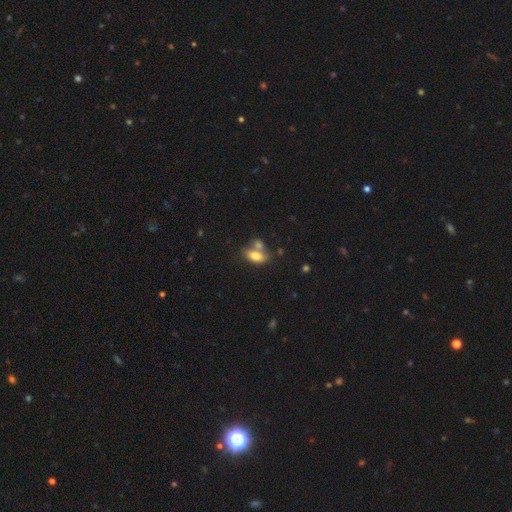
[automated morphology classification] type=smooth (77%); roundness=in between (88%); merging=none (44%).